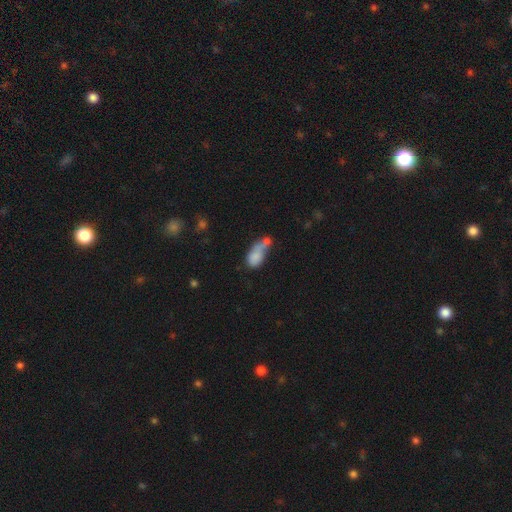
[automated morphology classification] Smooth or featured: smooth — 74% (featured or disk — 17%)
How rounded: in between — 76% (round — 14%)
Merging: merger — 46% (none — 19%)